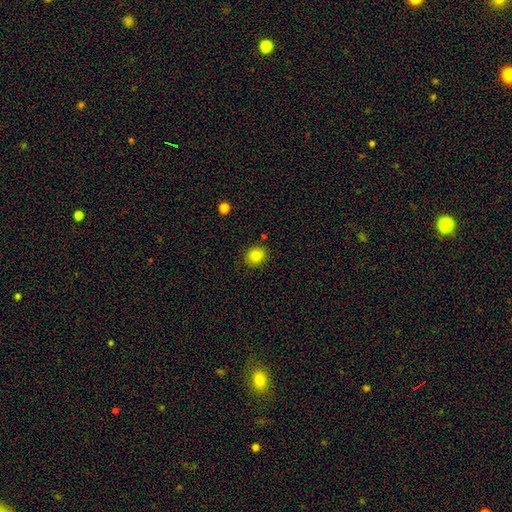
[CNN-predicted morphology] smooth-or-featured: smooth: 84% | star or artifact: 10% | featured or disk: 6%
  how-rounded: round: 77% | in between: 22% | cigar-shaped: 1%
  merging: none: 86% | minor disturbance: 9% | merger: 2% | major disturbance: 2%